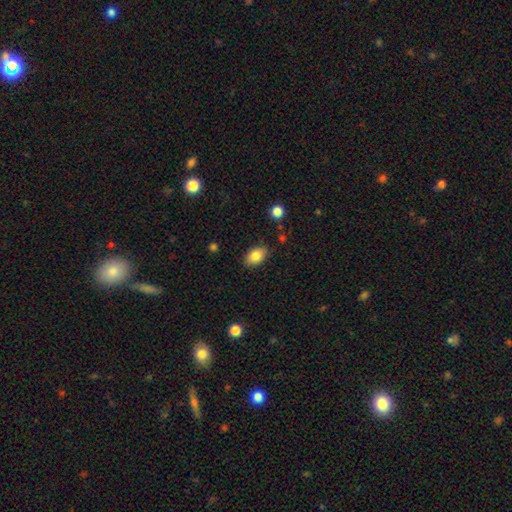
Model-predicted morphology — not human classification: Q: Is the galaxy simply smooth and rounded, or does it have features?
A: smooth — 84%.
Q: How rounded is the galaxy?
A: in between — 87%.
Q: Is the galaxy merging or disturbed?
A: none — 84%.